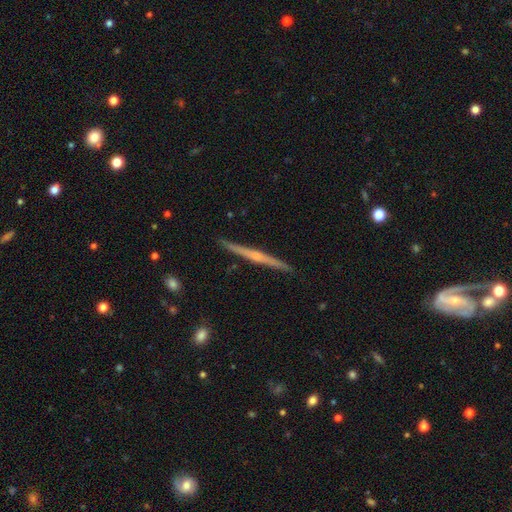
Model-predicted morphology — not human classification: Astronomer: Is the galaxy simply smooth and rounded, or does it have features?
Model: featured or disk — 73%.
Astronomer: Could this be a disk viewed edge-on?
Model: yes — 98%.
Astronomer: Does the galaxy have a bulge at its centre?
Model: rounded — 55% (runner-up: none, 35%).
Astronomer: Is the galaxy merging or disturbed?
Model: none — 92%.